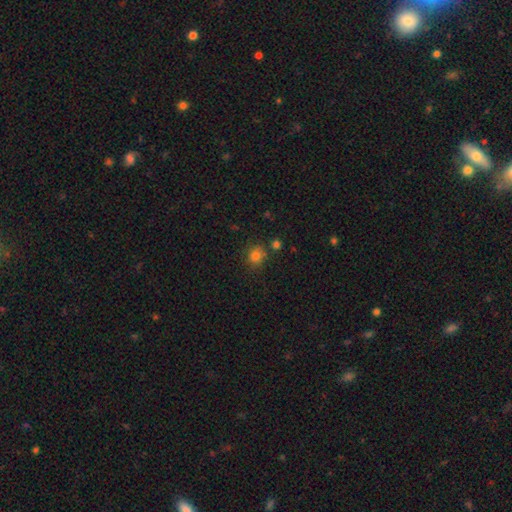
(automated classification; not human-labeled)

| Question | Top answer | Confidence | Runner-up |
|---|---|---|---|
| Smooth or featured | smooth | 79% | star or artifact (14%) |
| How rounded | round | 77% | in between (22%) |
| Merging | none | 76% | minor disturbance (13%) |